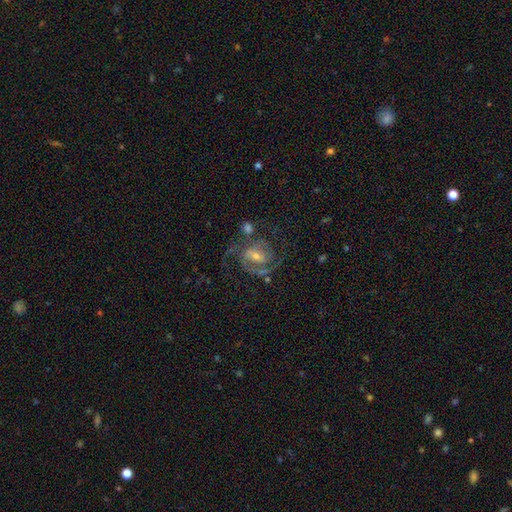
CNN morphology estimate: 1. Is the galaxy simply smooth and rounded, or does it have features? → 86% featured or disk, 7% star or artifact, 7% smooth.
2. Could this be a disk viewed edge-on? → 98% no, 2% yes.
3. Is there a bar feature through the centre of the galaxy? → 50% weak, 28% no, 22% strong.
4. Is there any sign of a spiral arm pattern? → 96% yes, 4% no.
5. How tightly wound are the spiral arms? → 49% medium, 39% tight, 12% loose.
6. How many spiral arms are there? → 64% 2, 15% 3, 11% can't tell, 4% 1, 3% 4, 3% more than 4.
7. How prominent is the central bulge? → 51% small, 42% moderate, 3% large, 3% none, 1% dominant.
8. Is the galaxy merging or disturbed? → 61% none, 17% minor disturbance, 15% major disturbance, 7% merger.